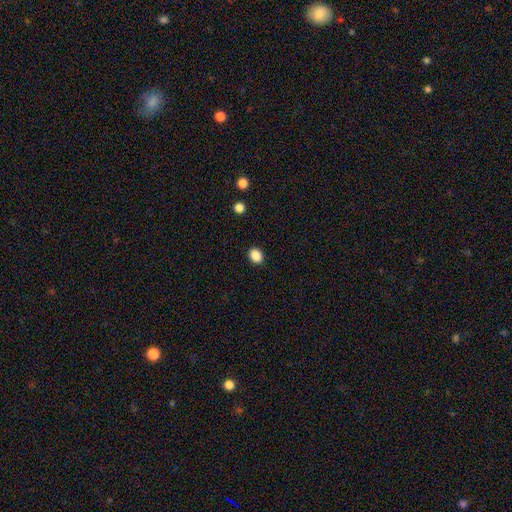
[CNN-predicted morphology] Smooth or featured? smooth (88%)
How rounded? in between (59%)
Merging? none (90%)